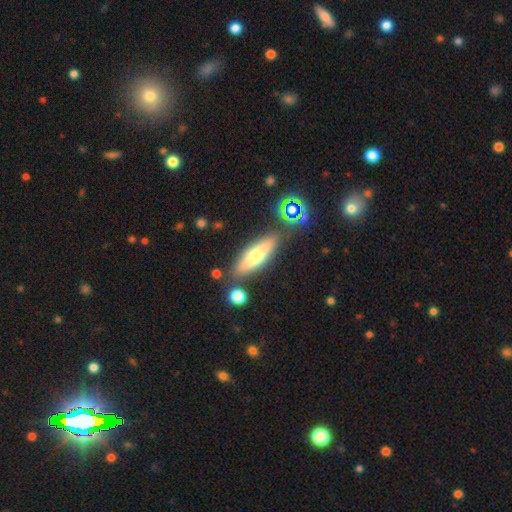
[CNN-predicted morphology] This appears to be a smooth galaxy with no disk features (50%). Merging: none (81%).